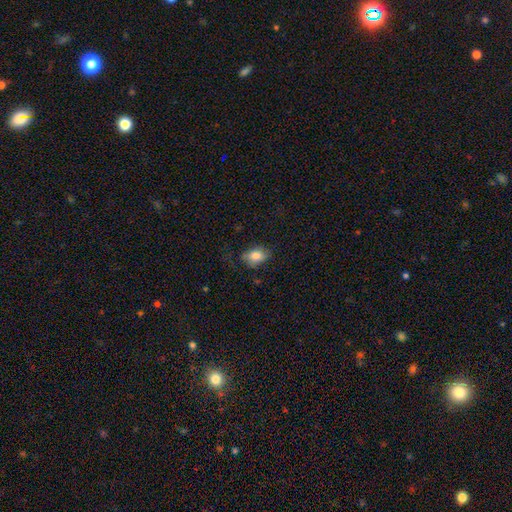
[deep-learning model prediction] Q: Smooth or featured?
A: smooth (82%); runner-up: featured or disk (9%)
Q: How rounded?
A: in between (77%); runner-up: round (21%)
Q: Merging?
A: none (64%); runner-up: minor disturbance (25%)